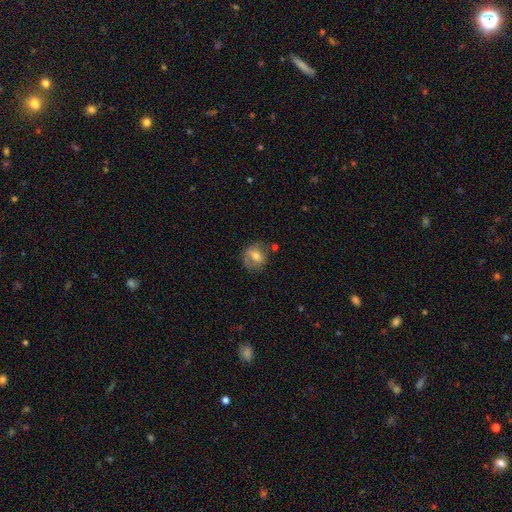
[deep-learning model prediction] Smooth or featured? Predicted: smooth (p=0.53). How rounded? Predicted: round (p=0.65). Merging? Predicted: none (p=0.62).